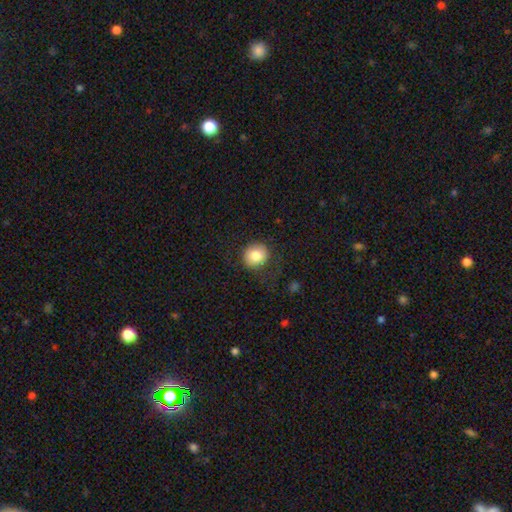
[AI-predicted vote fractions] smooth-or-featured: smooth: 82% | featured or disk: 9% | star or artifact: 9%
  how-rounded: round: 86% | in between: 13% | cigar-shaped: 1%
  merging: none: 78% | minor disturbance: 14% | major disturbance: 7% | merger: 1%